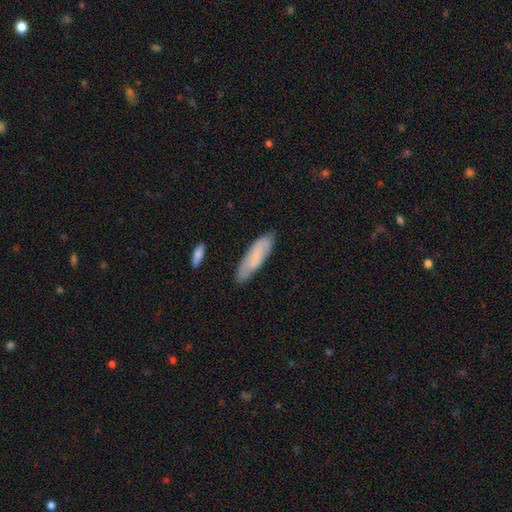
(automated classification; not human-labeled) Smooth or featured? Predicted: smooth (p=0.72). How rounded? Predicted: cigar-shaped (p=0.59). Merging? Predicted: none (p=0.79).